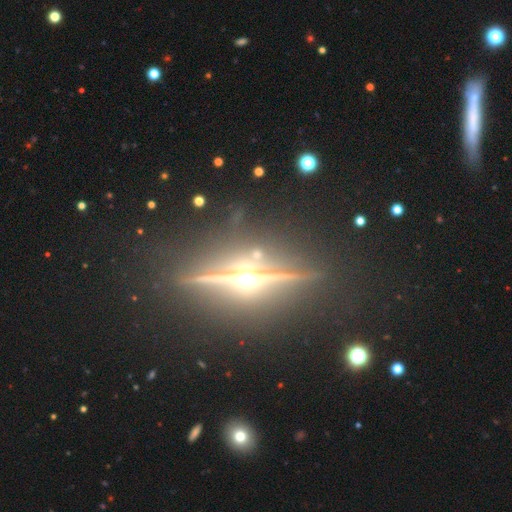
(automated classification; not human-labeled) featured or disk 70%, star or artifact 21%, smooth 9%. Down the decision tree: edge-on disk — yes (90%); edge-on bulge — rounded (93%); merging — none (85%).